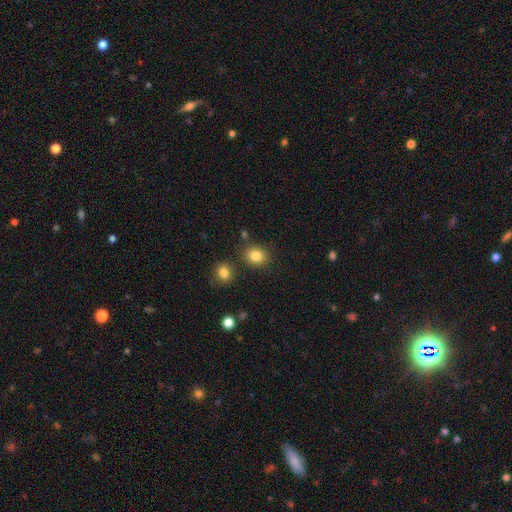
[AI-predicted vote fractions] A smooth galaxy with no disk features (83%) that is round (66%).

Vote fractions:
- Smooth or featured? smooth: 83% / star or artifact: 10% / featured or disk: 6%
- How rounded? round: 66% / in between: 33% / cigar-shaped: 1%
- Merging? none: 80% / minor disturbance: 10% / merger: 7% / major disturbance: 3%